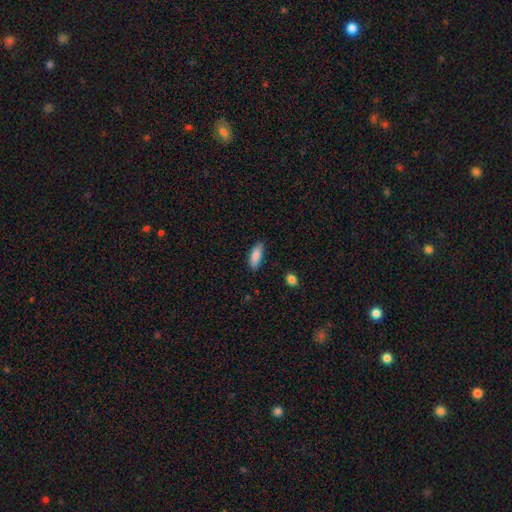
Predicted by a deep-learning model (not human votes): Smooth or featured? Predicted: smooth (p=0.87). How rounded? Predicted: in between (p=0.66). Merging? Predicted: none (p=0.82).